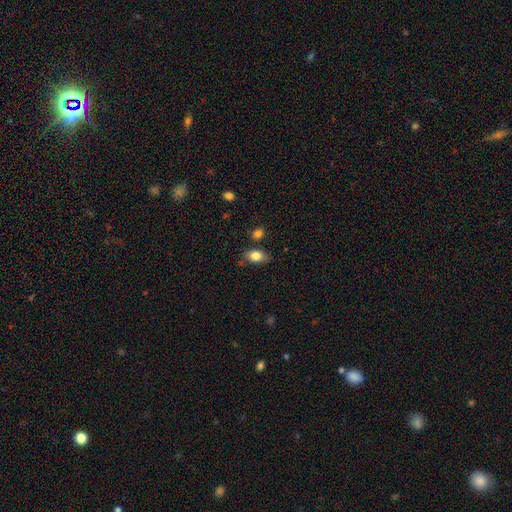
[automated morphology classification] Overall: smooth (84%). How rounded: in between (86%). Merging: none (73%).